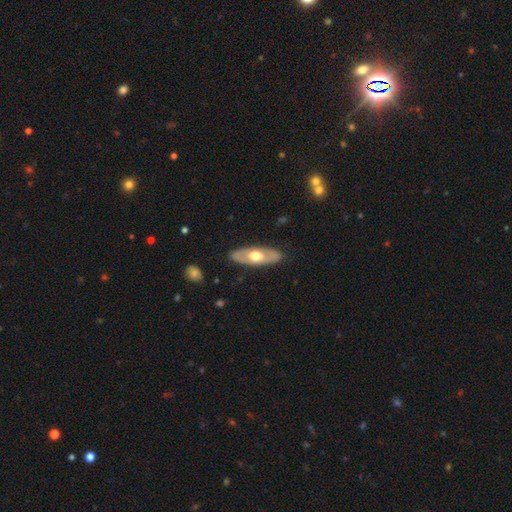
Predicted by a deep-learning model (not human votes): Morphology: type=featured or disk (52%); edge-on=no (67%); merging=none (87%).